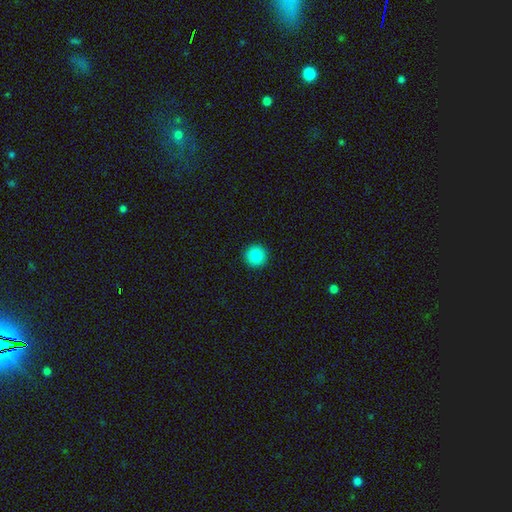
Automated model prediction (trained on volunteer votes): Q: Smooth or featured?
A: smooth (85%); runner-up: star or artifact (10%)
Q: How rounded?
A: round (96%); runner-up: in between (3%)
Q: Merging?
A: none (94%); runner-up: minor disturbance (4%)